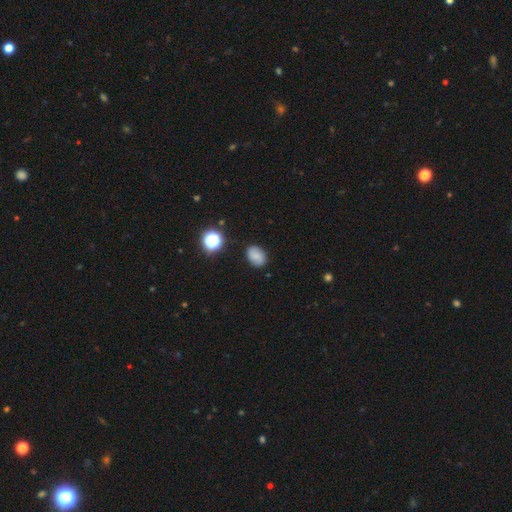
smooth 82%, featured or disk 13%, star or artifact 5%. Down the decision tree: how rounded — in between (77%); merging — none (86%).